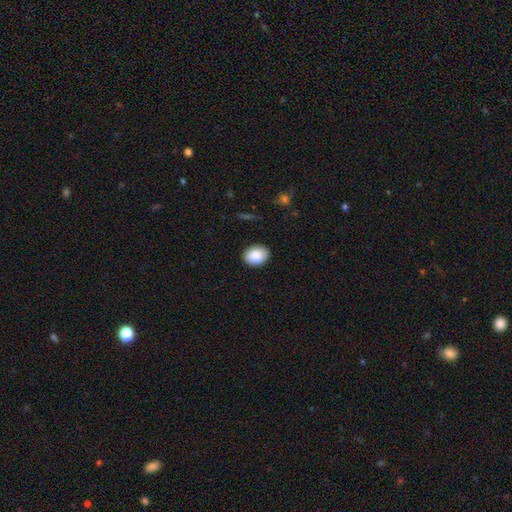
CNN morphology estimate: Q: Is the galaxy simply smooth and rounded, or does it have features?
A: smooth — 85%.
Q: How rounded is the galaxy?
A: in between — 66%.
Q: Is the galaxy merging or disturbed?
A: none — 87%.